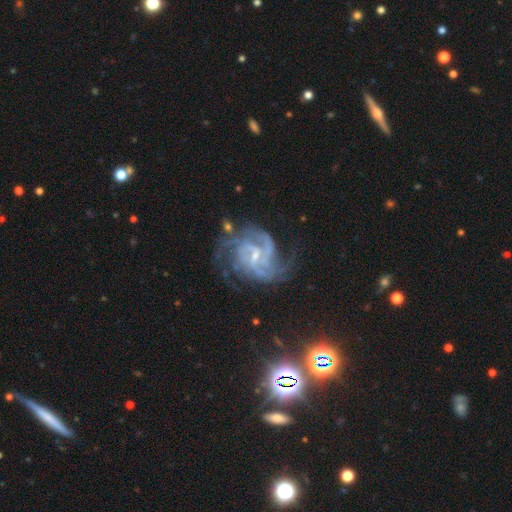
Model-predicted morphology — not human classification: The model was most divided on "spiral winding": medium: 46%, tight: 44%, loose: 10%. Remaining: edge-on disk — no (98%); spiral arms — yes (98%); smooth or featured — featured or disk (89%); bulge size — small (69%); merging — none (62%); bar — weak (52%); spiral arm count — 3 (32%).